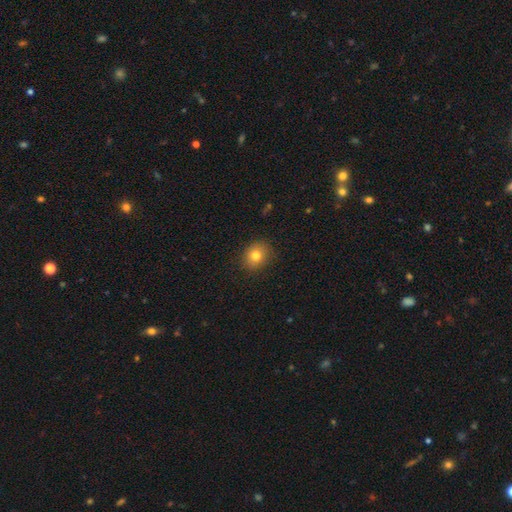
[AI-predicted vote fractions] smooth_or_featured: smooth (p=0.78) [alt: star or artifact p=0.12]
how_rounded: round (p=0.65) [alt: in between p=0.34]
merging: none (p=0.88) [alt: minor disturbance p=0.09]